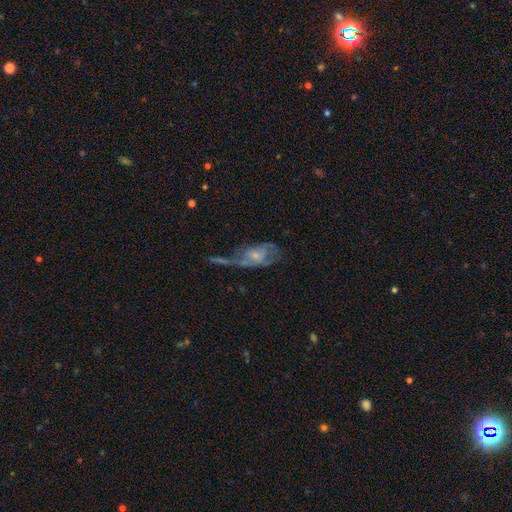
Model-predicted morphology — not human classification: Smooth or featured: featured or disk — 62% (smooth — 29%)
Edge-on disk: no — 93% (yes — 7%)
Bar: no — 69% (weak — 26%)
Spiral arms: yes — 61% (no — 39%)
Bulge size: small — 55% (moderate — 27%)
Merging: major disturbance — 44% (none — 22%)